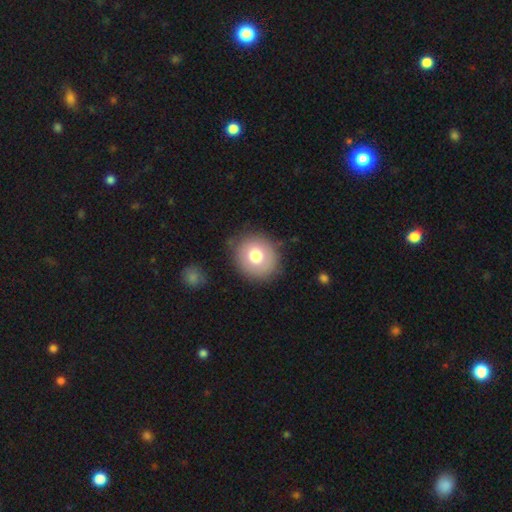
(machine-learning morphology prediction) This appears to be a smooth galaxy with no disk features (75%) that is round (87%). Merging: none (82%).